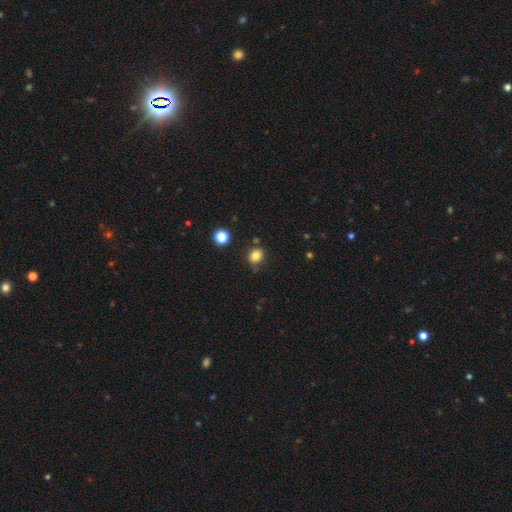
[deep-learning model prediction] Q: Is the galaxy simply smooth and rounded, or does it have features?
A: smooth — 82%.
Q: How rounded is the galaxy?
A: round — 63%.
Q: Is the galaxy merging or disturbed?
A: none — 76%.